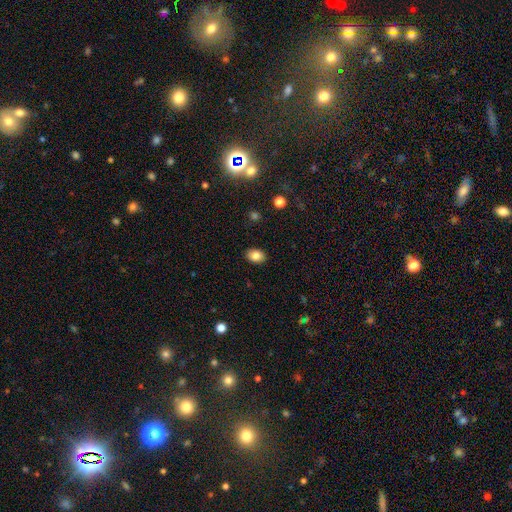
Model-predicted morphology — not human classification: smooth-or-featured: smooth: 84% | star or artifact: 9% | featured or disk: 7%
  how-rounded: in between: 73% | round: 26% | cigar-shaped: 1%
  merging: none: 89% | minor disturbance: 8% | major disturbance: 2% | merger: 1%